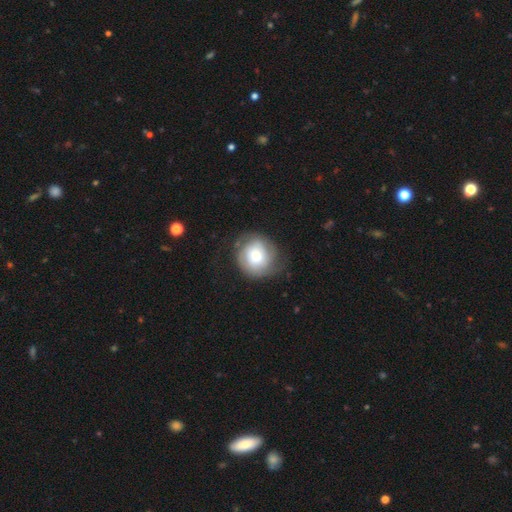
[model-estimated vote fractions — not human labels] Smooth or featured: smooth — 48% (featured or disk — 45%)
Merging: none — 65% (minor disturbance — 22%)